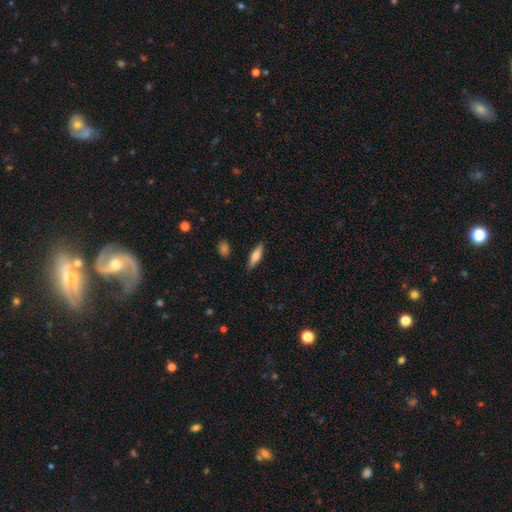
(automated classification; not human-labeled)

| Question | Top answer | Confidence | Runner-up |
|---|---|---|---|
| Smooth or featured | smooth | 60% | featured or disk (34%) |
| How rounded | cigar-shaped | 64% | in between (33%) |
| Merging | none | 88% | minor disturbance (9%) |